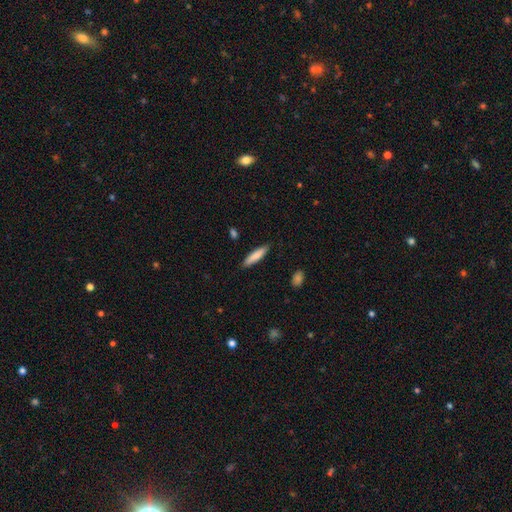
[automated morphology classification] Smooth or featured? smooth (81%)
How rounded? cigar-shaped (78%)
Merging? none (87%)